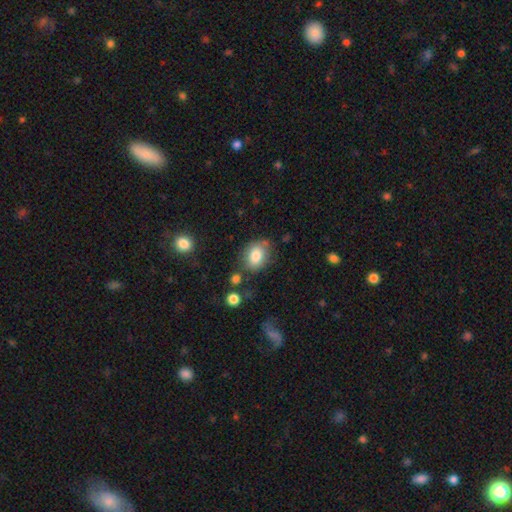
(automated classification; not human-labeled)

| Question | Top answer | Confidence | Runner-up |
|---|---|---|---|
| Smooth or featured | smooth | 81% | featured or disk (11%) |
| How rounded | in between | 65% | round (34%) |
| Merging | none | 68% | minor disturbance (19%) |